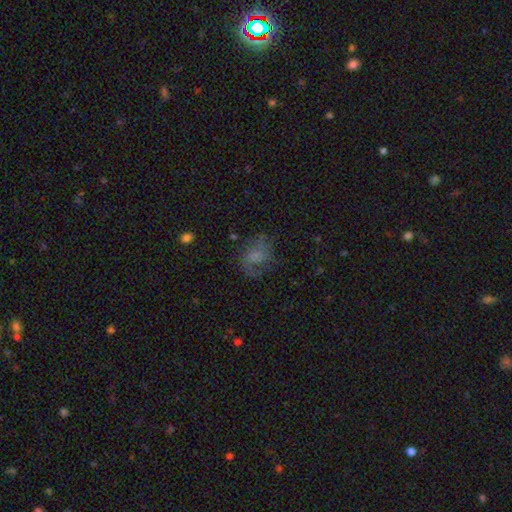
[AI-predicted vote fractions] Smooth or featured: featured or disk — 43% (smooth — 42%)
Merging: none — 55% (major disturbance — 21%)